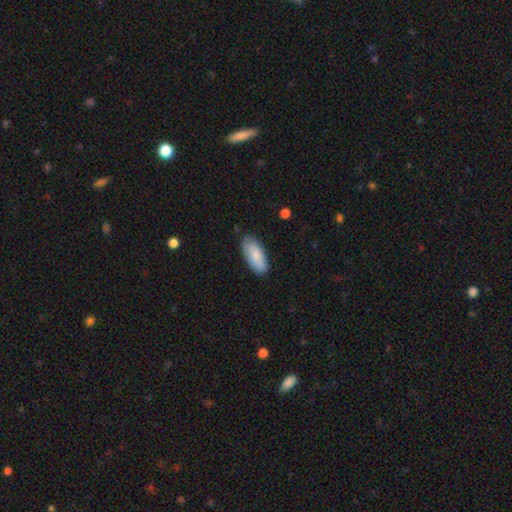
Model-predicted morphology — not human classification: smooth_or_featured: smooth (p=0.84) [alt: featured or disk p=0.10]
how_rounded: in between (p=0.86) [alt: cigar-shaped p=0.12]
merging: none (p=0.81) [alt: minor disturbance p=0.15]